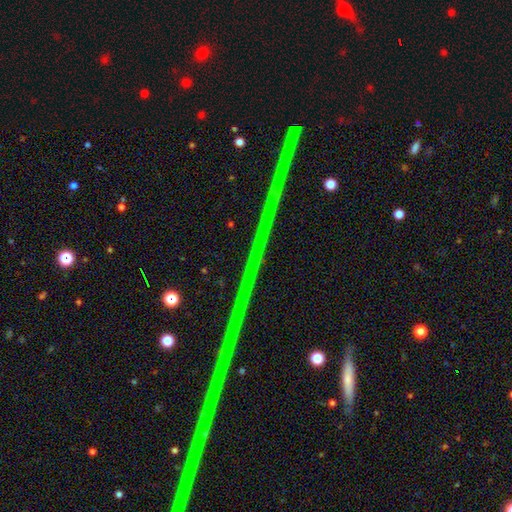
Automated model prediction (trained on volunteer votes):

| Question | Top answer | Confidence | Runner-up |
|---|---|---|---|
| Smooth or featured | star or artifact | 85% | featured or disk (9%) |